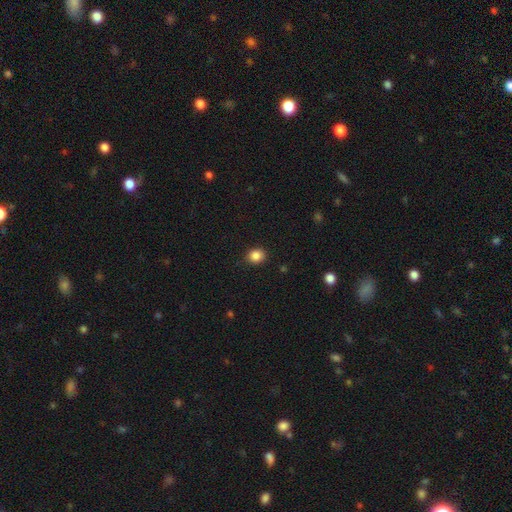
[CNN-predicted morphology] Smooth or featured? Predicted: smooth (p=0.85). How rounded? Predicted: round (p=0.73). Merging? Predicted: none (p=0.87).